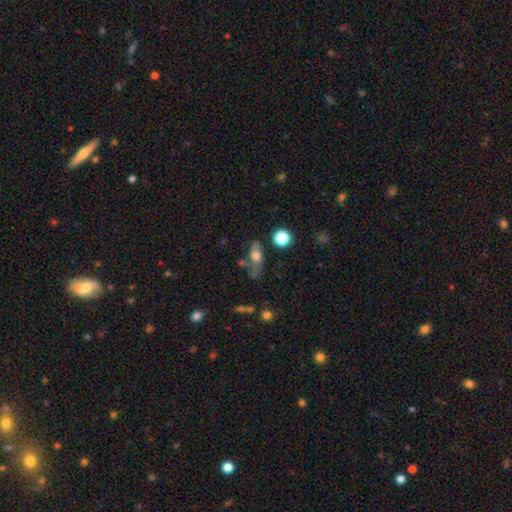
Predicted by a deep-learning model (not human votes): smooth-or-featured: smooth: 64% | featured or disk: 25% | star or artifact: 11%
  how-rounded: in between: 65% | cigar-shaped: 21% | round: 14%
  merging: none: 46% | minor disturbance: 25% | major disturbance: 16% | merger: 14%